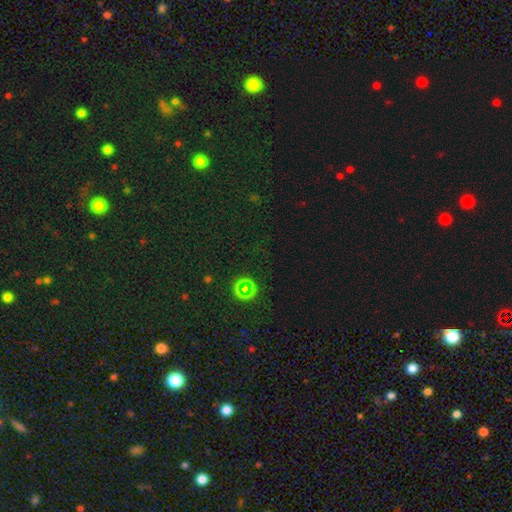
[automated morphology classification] This appears to be a star or artifact, not a galaxy (57%).